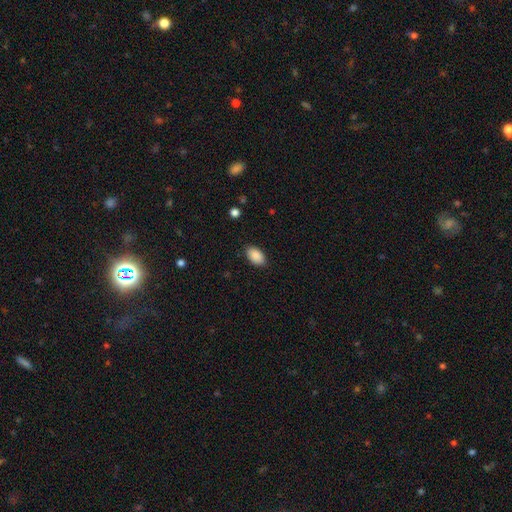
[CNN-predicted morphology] Smooth or featured? smooth (90%)
How rounded? in between (92%)
Merging? none (86%)